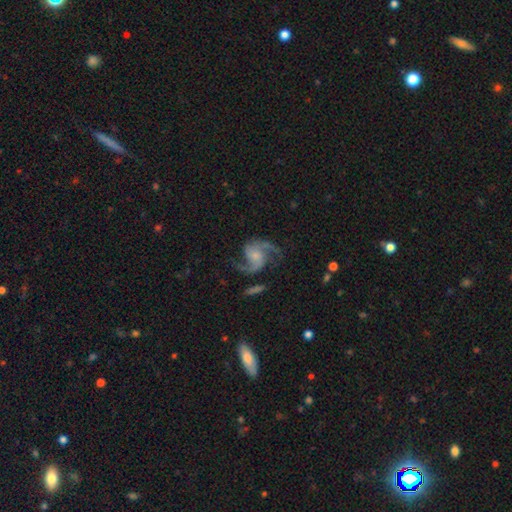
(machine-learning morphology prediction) Q: Smooth or featured?
A: featured or disk (92%); runner-up: star or artifact (4%)
Q: Edge-on disk?
A: no (98%); runner-up: yes (2%)
Q: Bar?
A: no (64%); runner-up: weak (29%)
Q: Spiral arms?
A: yes (98%); runner-up: no (2%)
Q: Spiral winding?
A: medium (52%); runner-up: loose (38%)
Q: Spiral arm count?
A: 2 (91%); runner-up: 3 (3%)
Q: Bulge size?
A: small (49%); runner-up: moderate (31%)
Q: Merging?
A: none (74%); runner-up: minor disturbance (15%)